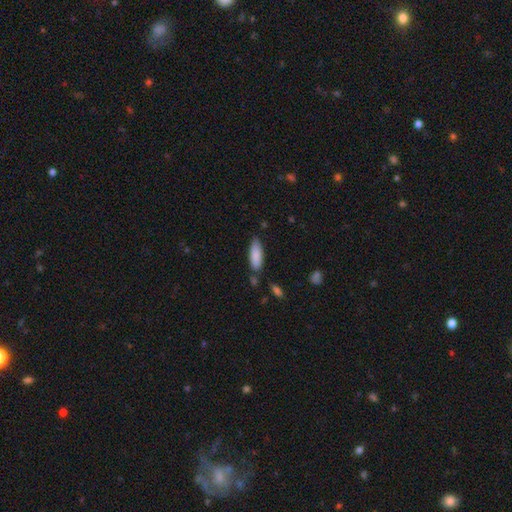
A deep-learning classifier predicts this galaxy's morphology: smooth-or-featured: smooth: 86% | featured or disk: 8% | star or artifact: 6%
  how-rounded: in between: 64% | cigar-shaped: 34% | round: 1%
  merging: none: 71% | minor disturbance: 19% | merger: 6% | major disturbance: 4%